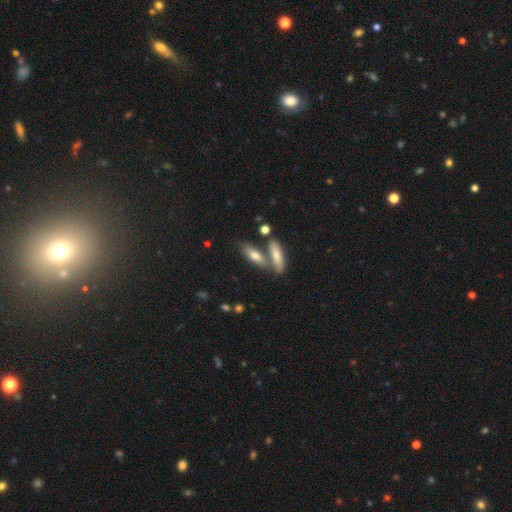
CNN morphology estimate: Smooth or featured: smooth — 66% (featured or disk — 26%)
How rounded: cigar-shaped — 49% (in between — 47%)
Merging: none — 52% (merger — 35%)